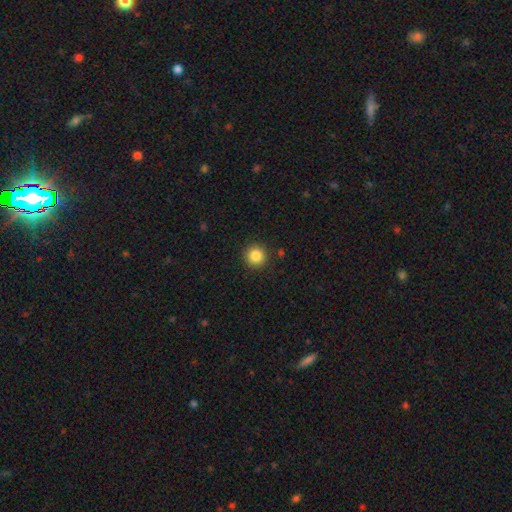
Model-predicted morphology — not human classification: Smooth or featured: smooth — 85% (star or artifact — 10%)
How rounded: round — 95% (in between — 4%)
Merging: none — 91% (minor disturbance — 6%)